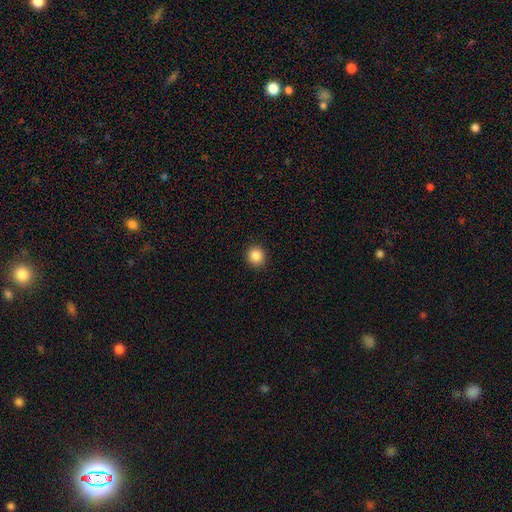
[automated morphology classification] Smooth or featured?
  - smooth: 87% *
  - star or artifact: 10%
  - featured or disk: 4%
How rounded?
  - round: 90% *
  - in between: 9%
  - cigar-shaped: 1%
Merging?
  - none: 93% *
  - minor disturbance: 5%
  - major disturbance: 2%
  - merger: 1%